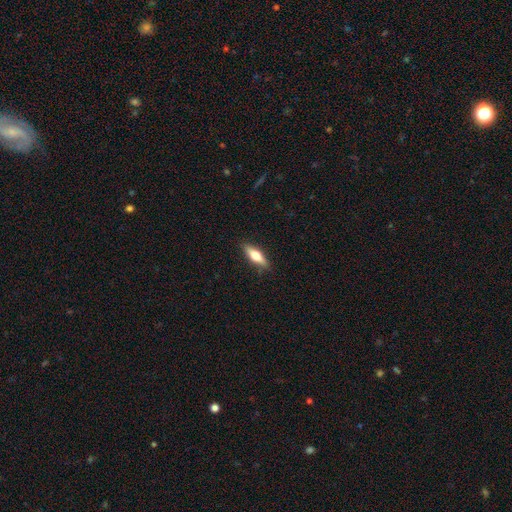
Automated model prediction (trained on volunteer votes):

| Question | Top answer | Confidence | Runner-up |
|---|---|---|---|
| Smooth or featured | smooth | 54% | featured or disk (39%) |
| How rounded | cigar-shaped | 51% | in between (46%) |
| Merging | none | 86% | minor disturbance (10%) |